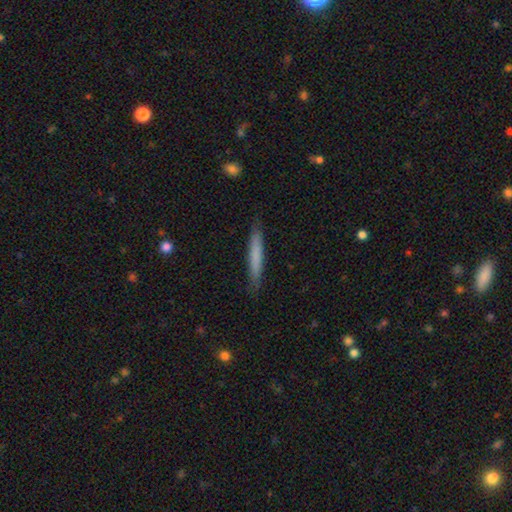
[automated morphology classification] The model was most divided on "smooth or featured": smooth: 73%, featured or disk: 22%, star or artifact: 6%. More confident: how rounded — cigar-shaped (96%); merging — none (88%).